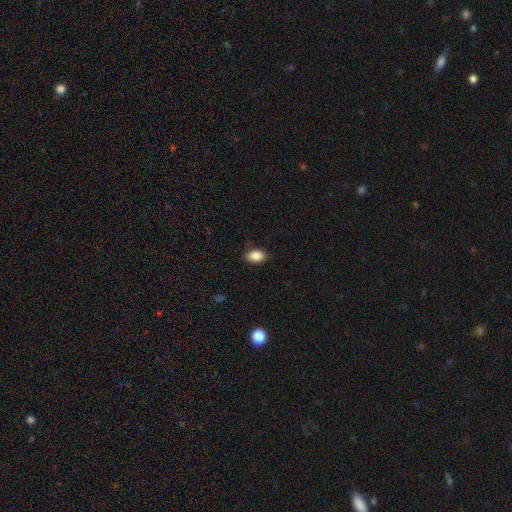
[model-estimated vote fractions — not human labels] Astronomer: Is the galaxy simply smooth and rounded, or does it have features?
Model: smooth — 88%.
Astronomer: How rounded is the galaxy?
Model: in between — 84%.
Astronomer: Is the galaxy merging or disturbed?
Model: none — 82%.